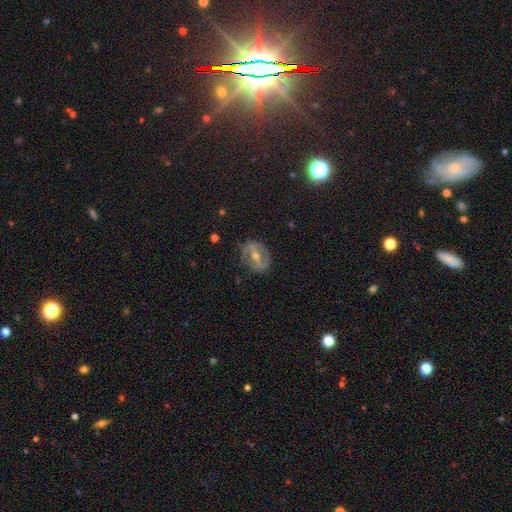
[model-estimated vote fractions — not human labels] This is likely a featured or disk galaxy (69%). It is clearly not viewed edge-on (94%). Bar: marginally strong (41%). Spiral arm pattern: likely yes (71%). Central bulge: possibly moderate (55%). Merging: likely none (80%).